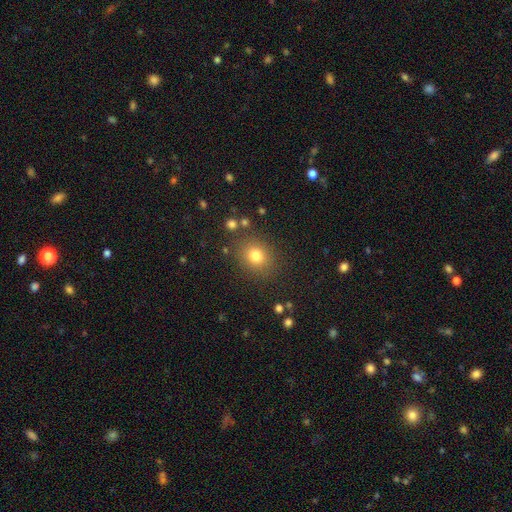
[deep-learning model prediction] The model was most divided on "how rounded": round: 72%, in between: 27%, cigar-shaped: 1%. More confident: merging — none (83%); smooth or featured — smooth (78%).